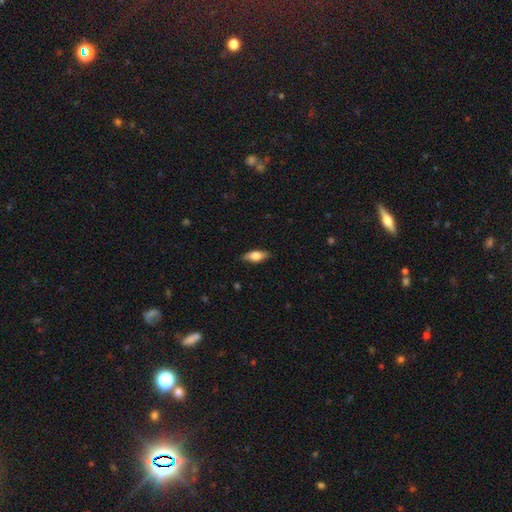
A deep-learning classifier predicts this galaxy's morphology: Overall: smooth (67%). How rounded: in between (75%). Merging: none (86%).